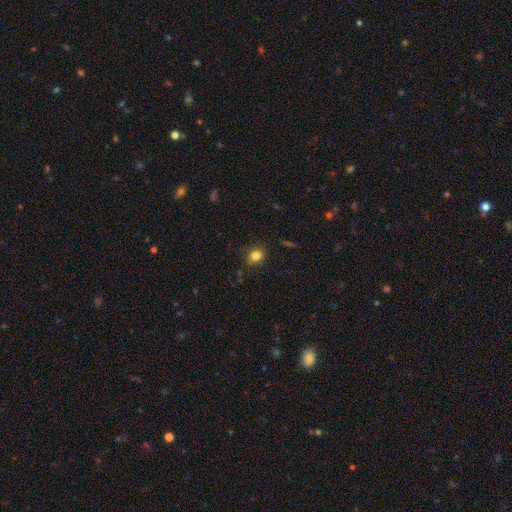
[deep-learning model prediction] Q: Smooth or featured?
A: smooth (83%); runner-up: star or artifact (12%)
Q: How rounded?
A: round (65%); runner-up: in between (34%)
Q: Merging?
A: none (82%); runner-up: minor disturbance (14%)